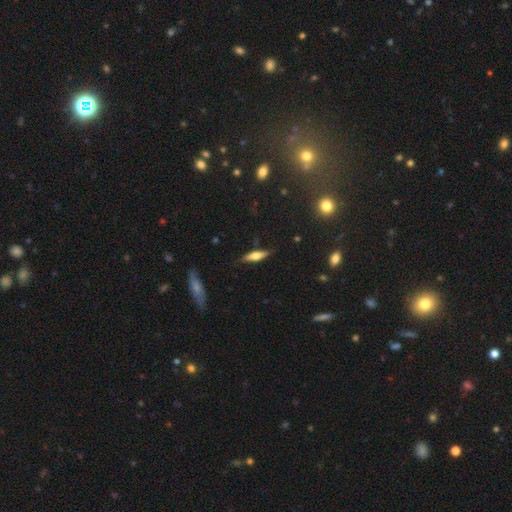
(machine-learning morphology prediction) The model was most divided on "smooth or featured": featured or disk: 47%, smooth: 46%, star or artifact: 7%. More confident: merging — none (82%).